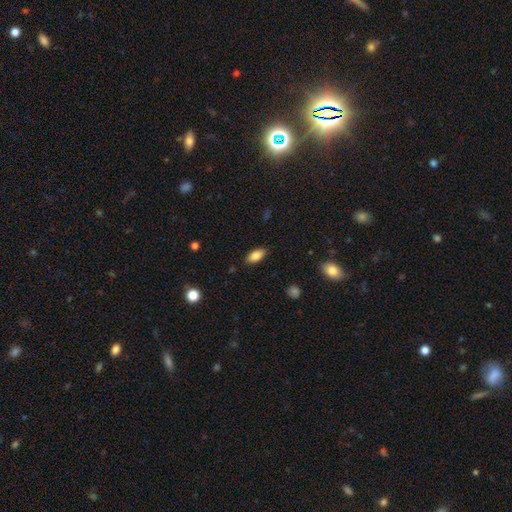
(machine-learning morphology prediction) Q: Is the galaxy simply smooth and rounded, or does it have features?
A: smooth — 82%.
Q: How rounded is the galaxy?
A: in between — 89%.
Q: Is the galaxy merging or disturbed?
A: none — 86%.